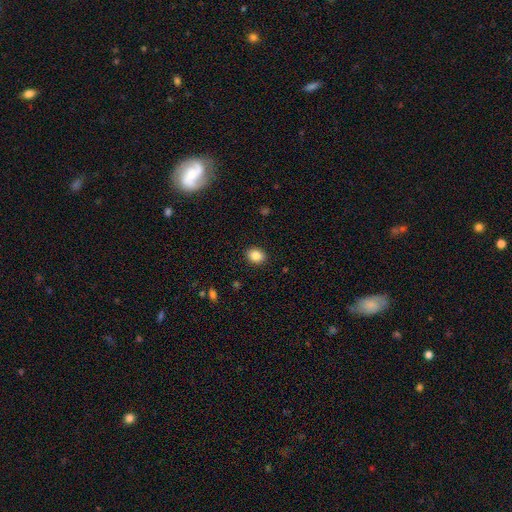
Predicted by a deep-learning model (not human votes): smooth-or-featured: smooth: 87% | star or artifact: 9% | featured or disk: 4%
  how-rounded: in between: 51% | round: 48% | cigar-shaped: 1%
  merging: none: 91% | minor disturbance: 6% | major disturbance: 2% | merger: 1%